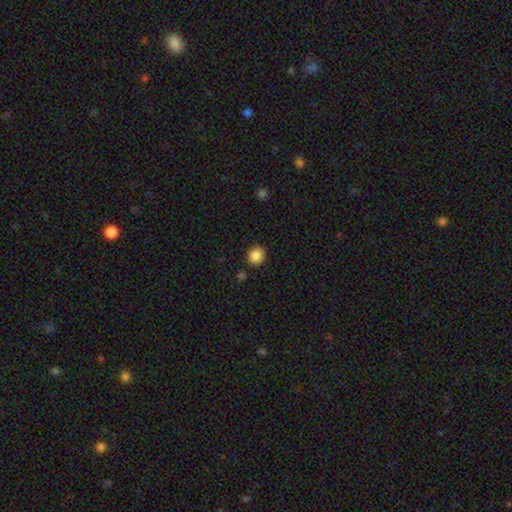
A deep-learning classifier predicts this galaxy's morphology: smooth-or-featured: smooth: 86% | star or artifact: 10% | featured or disk: 4%
  how-rounded: round: 84% | in between: 15% | cigar-shaped: 1%
  merging: none: 89% | minor disturbance: 7% | major disturbance: 2% | merger: 2%